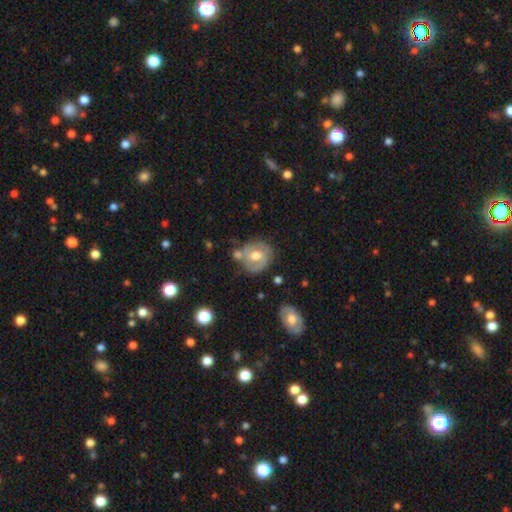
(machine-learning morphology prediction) Q: Smooth or featured?
A: featured or disk (66%); runner-up: smooth (28%)
Q: Edge-on disk?
A: no (97%); runner-up: yes (3%)
Q: Bar?
A: no (52%); runner-up: weak (39%)
Q: Spiral arms?
A: yes (76%); runner-up: no (24%)
Q: Bulge size?
A: moderate (71%); runner-up: large (17%)
Q: Merging?
A: none (63%); runner-up: minor disturbance (19%)